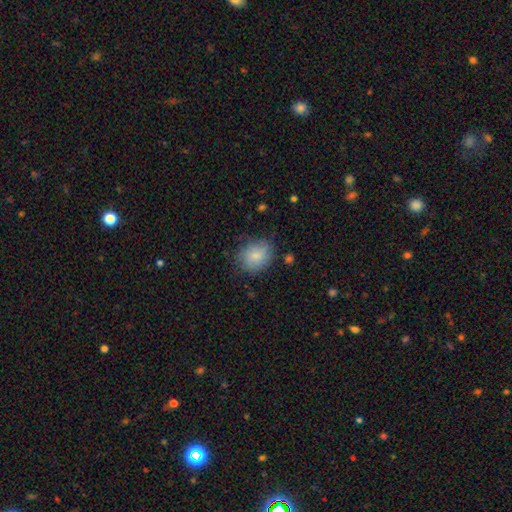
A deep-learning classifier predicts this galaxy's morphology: type=smooth (82%); roundness=round (58%); merging=none (75%).